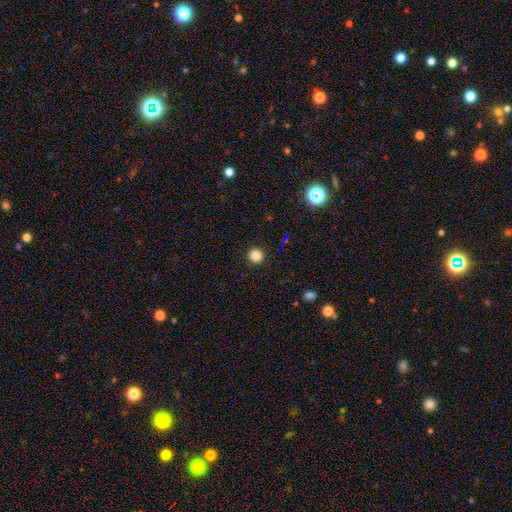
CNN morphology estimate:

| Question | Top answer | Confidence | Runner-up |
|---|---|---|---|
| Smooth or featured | smooth | 84% | star or artifact (12%) |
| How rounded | round | 93% | in between (6%) |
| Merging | none | 93% | minor disturbance (5%) |